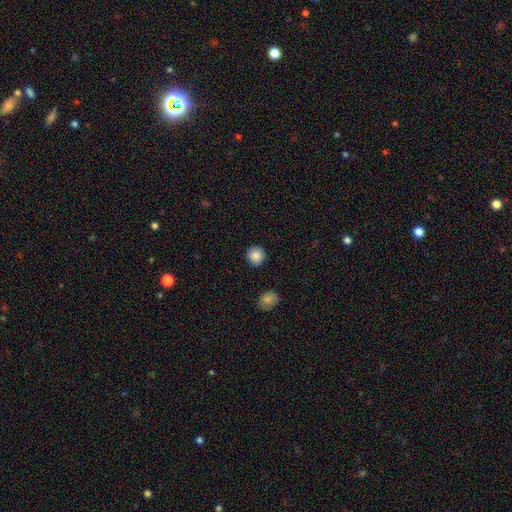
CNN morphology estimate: Overall: smooth (87%). How rounded: round (93%). Merging: none (91%).